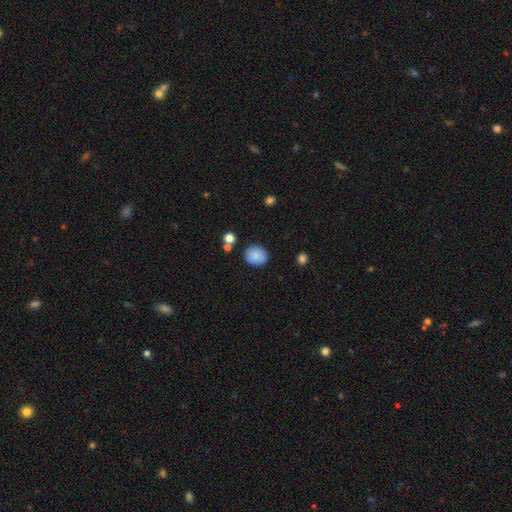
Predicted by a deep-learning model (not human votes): A smooth galaxy with no disk features (87%) that is round (66%). Merging: none (84%).